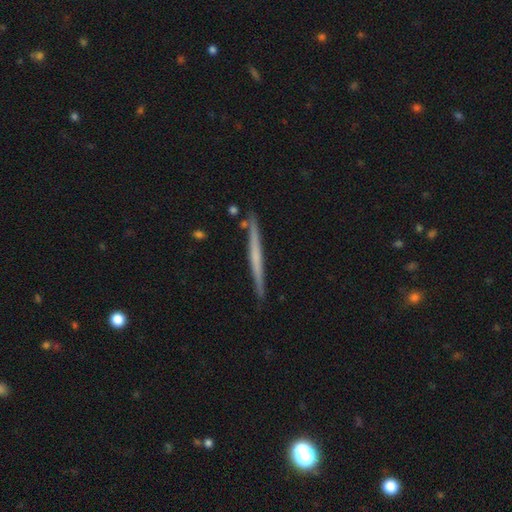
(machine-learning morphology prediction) smooth_or_featured: featured or disk (p=0.54) [alt: smooth p=0.40]
disk_edge_on: yes (p=0.97) [alt: no p=0.03]
edge_on_bulge: none (p=0.85) [alt: rounded p=0.10]
merging: none (p=0.89) [alt: minor disturbance p=0.08]